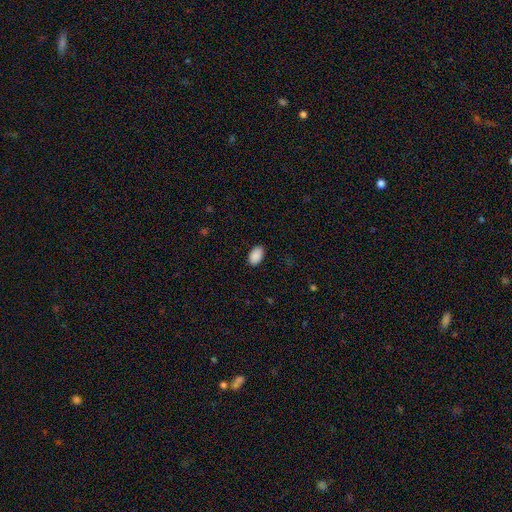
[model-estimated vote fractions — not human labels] Morphology: type=smooth (90%); roundness=in between (93%); merging=none (88%).